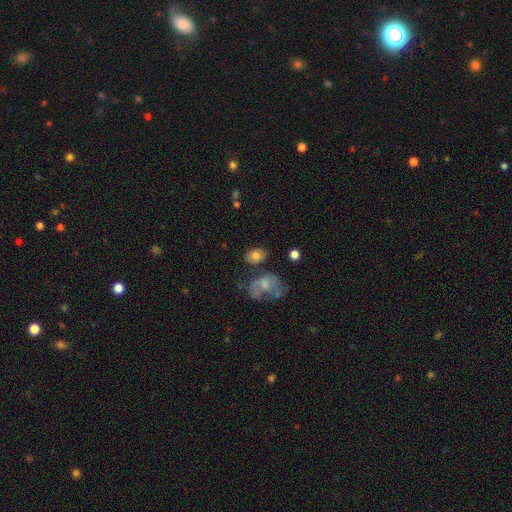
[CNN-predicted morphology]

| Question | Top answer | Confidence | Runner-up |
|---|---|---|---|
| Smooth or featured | smooth | 77% | featured or disk (14%) |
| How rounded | in between | 73% | round (26%) |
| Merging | none | 66% | minor disturbance (16%) |